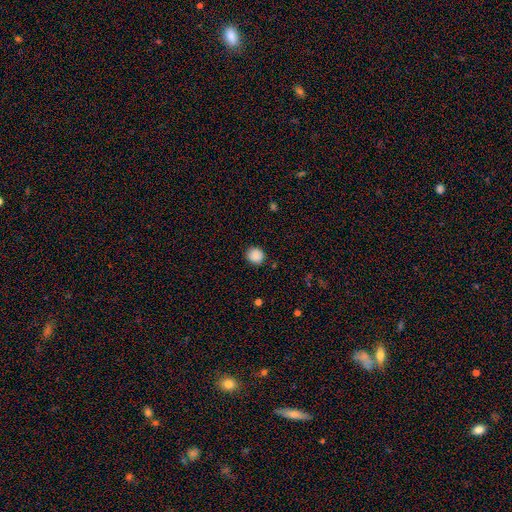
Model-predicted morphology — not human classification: The model was most divided on "how rounded": round: 86%, in between: 13%, cigar-shaped: 1%. More confident: smooth or featured — smooth (88%); merging — none (86%).